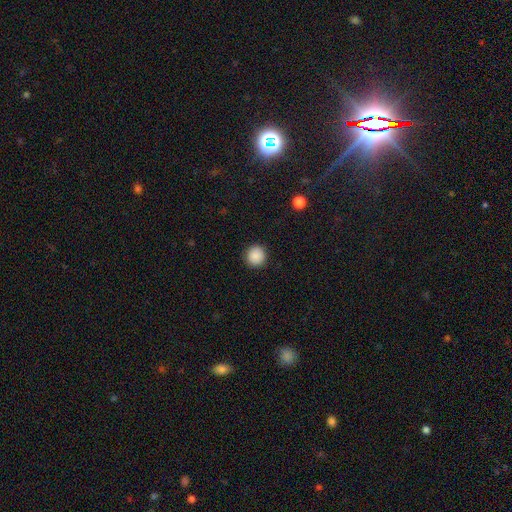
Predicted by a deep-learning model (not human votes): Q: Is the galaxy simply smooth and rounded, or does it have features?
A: smooth — 88%.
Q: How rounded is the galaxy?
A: round — 94%.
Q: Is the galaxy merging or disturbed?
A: none — 92%.